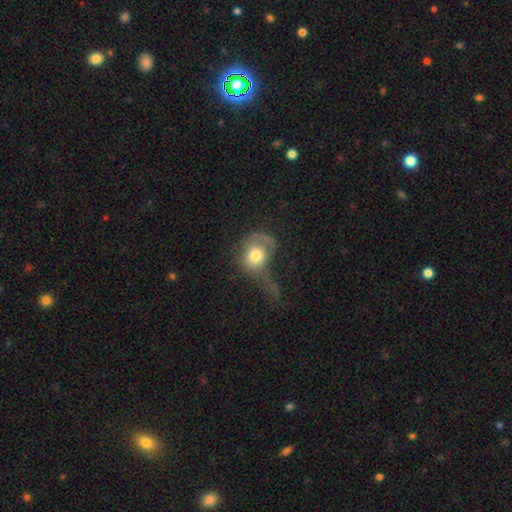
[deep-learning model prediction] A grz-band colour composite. It shows a smooth galaxy with no disk features (63%) that is round (62%). Merging: major disturbance (55%).